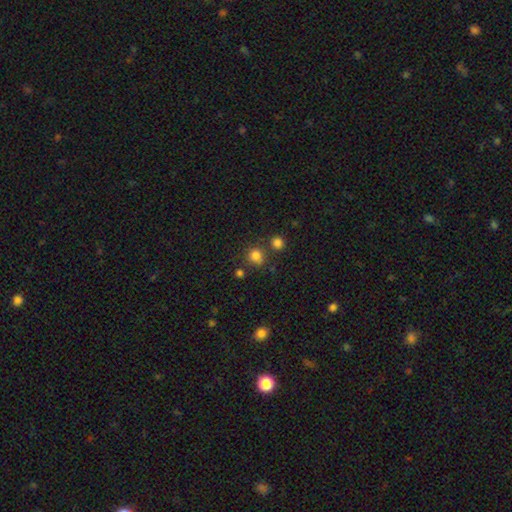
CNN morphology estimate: This is likely a smooth galaxy (80%). How rounded: clearly round (87%). Merging: likely none (76%).